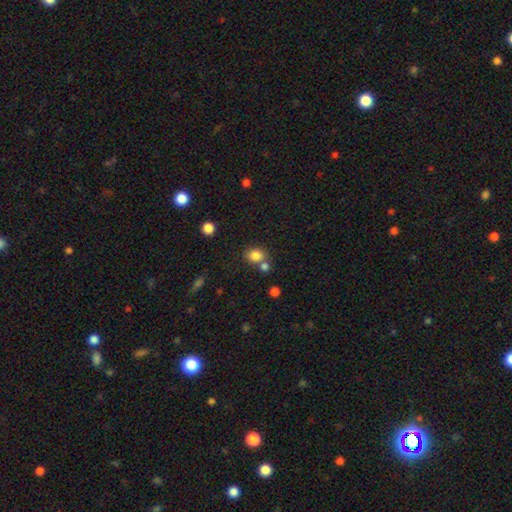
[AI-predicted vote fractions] Smooth or featured? smooth (83%)
How rounded? round (58%)
Merging? none (58%)